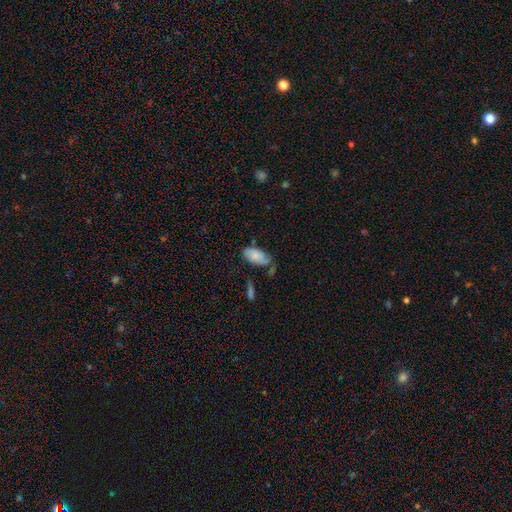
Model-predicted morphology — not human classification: The model was most divided on "merging": none: 48%, minor disturbance: 31%, major disturbance: 12%, merger: 9%. More confident: how rounded — in between (93%); smooth or featured — smooth (68%).